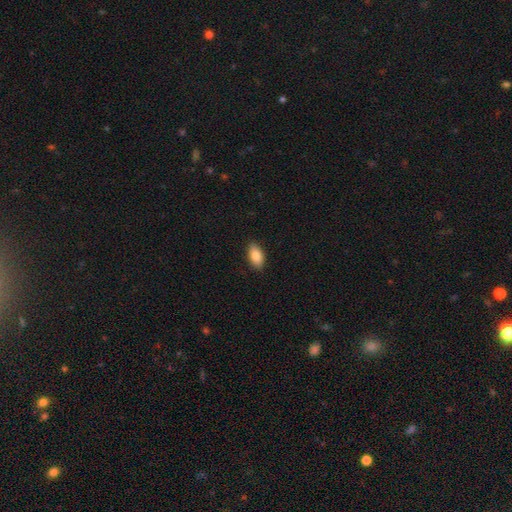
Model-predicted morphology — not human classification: Smooth or featured: smooth — 85% (featured or disk — 8%)
How rounded: in between — 92% (cigar-shaped — 4%)
Merging: none — 88% (minor disturbance — 9%)